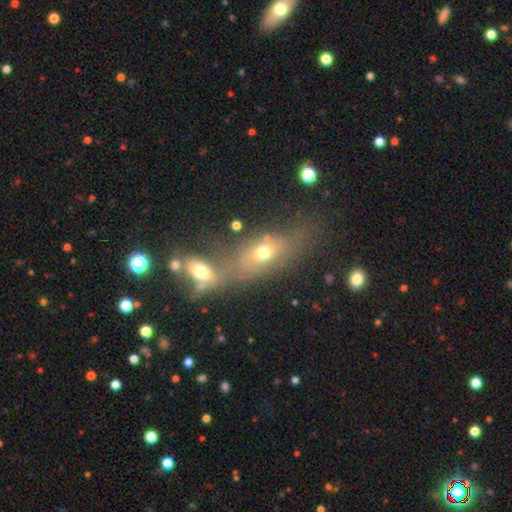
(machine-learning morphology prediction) type=smooth (48%); merging=none (44%).